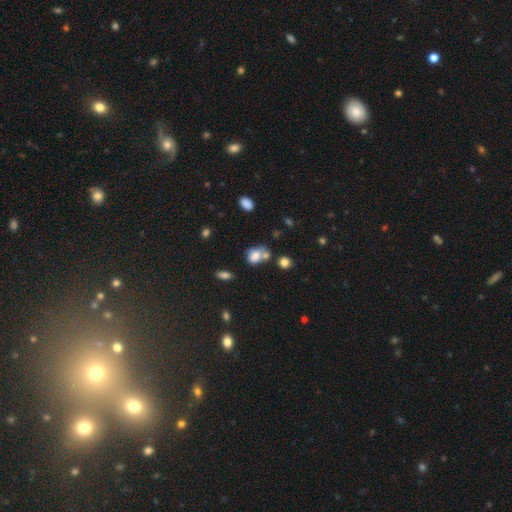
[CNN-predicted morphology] Overall: smooth (74%). How rounded: in between (54%; round 45%). Merging: merger (41%; none 36%).